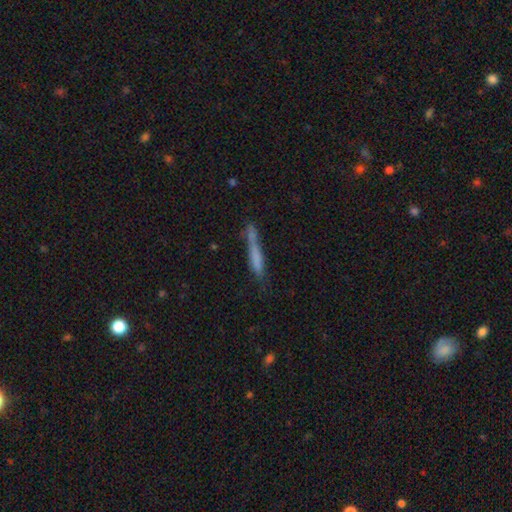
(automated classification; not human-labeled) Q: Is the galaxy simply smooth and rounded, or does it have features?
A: smooth — 63%.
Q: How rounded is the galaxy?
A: cigar-shaped — 94%.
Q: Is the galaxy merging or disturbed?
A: none — 63%.